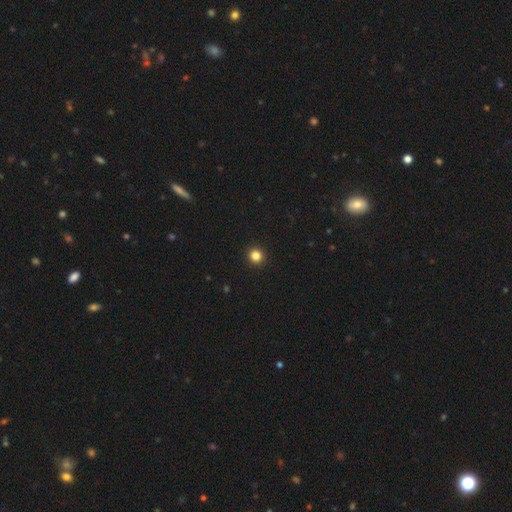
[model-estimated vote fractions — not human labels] Q: Smooth or featured?
A: smooth (84%); runner-up: star or artifact (12%)
Q: How rounded?
A: round (93%); runner-up: in between (6%)
Q: Merging?
A: none (94%); runner-up: minor disturbance (4%)